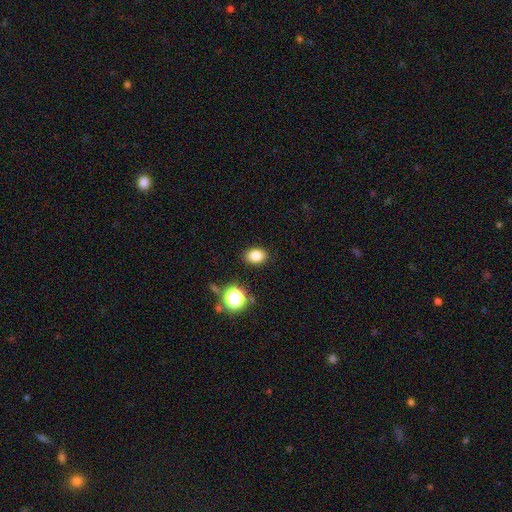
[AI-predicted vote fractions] Smooth or featured?
  - smooth: 82% *
  - star or artifact: 13%
  - featured or disk: 5%
How rounded?
  - in between: 69% *
  - round: 30%
  - cigar-shaped: 1%
Merging?
  - none: 87% *
  - minor disturbance: 8%
  - major disturbance: 3%
  - merger: 2%